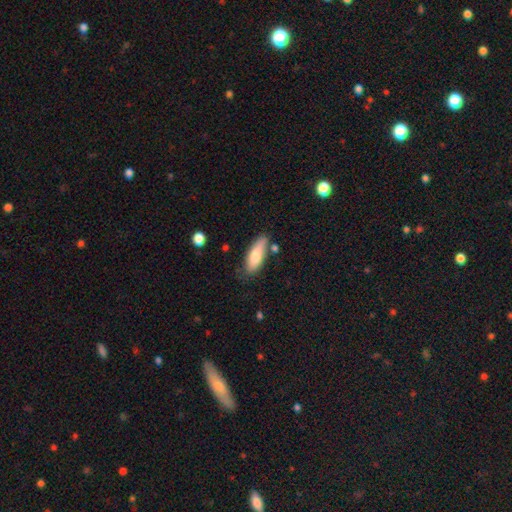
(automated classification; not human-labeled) smooth 78%, featured or disk 16%, star or artifact 6%. Down the decision tree: how rounded — in between (62%); merging — none (66%).